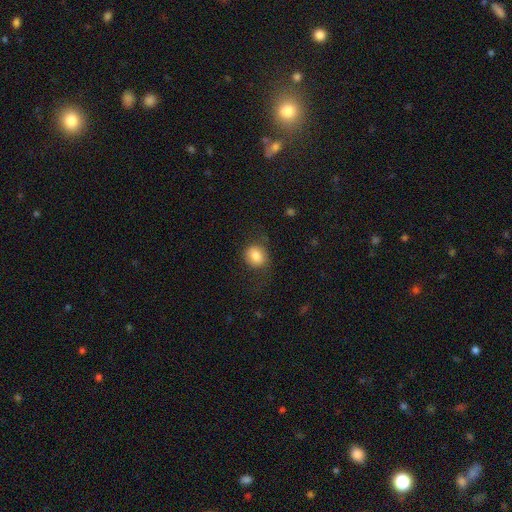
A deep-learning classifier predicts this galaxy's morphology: The model was most divided on "how rounded": round: 62%, in between: 37%, cigar-shaped: 1%. More confident: smooth or featured — smooth (82%); merging — none (70%).